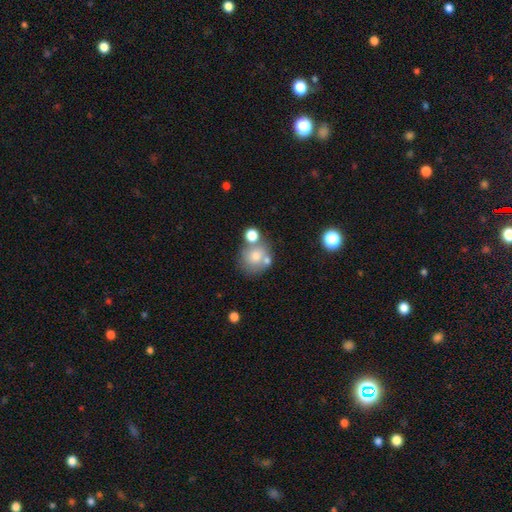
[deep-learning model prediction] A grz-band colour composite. It shows a smooth galaxy with no disk features (71%) that is round (80%). Merging: none (53%).